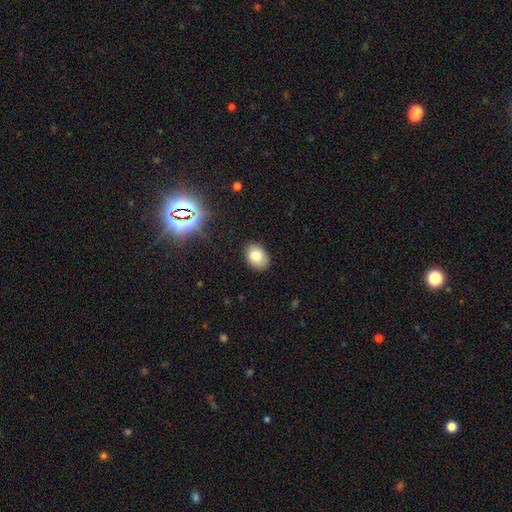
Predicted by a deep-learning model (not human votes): A smooth galaxy with no disk features (82%) that is in between round and cigar-shaped (78%).

Vote fractions:
- Smooth or featured? smooth: 82% / star or artifact: 10% / featured or disk: 8%
- How rounded? in between: 78% / round: 21% / cigar-shaped: 1%
- Merging? none: 85% / minor disturbance: 11% / major disturbance: 2% / merger: 1%